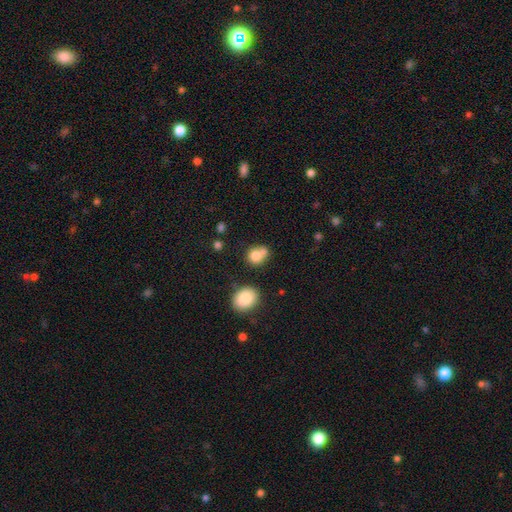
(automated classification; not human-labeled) This appears to be a smooth galaxy with no disk features (78%) that is round (70%). Merging: merger (42%, tied with none).